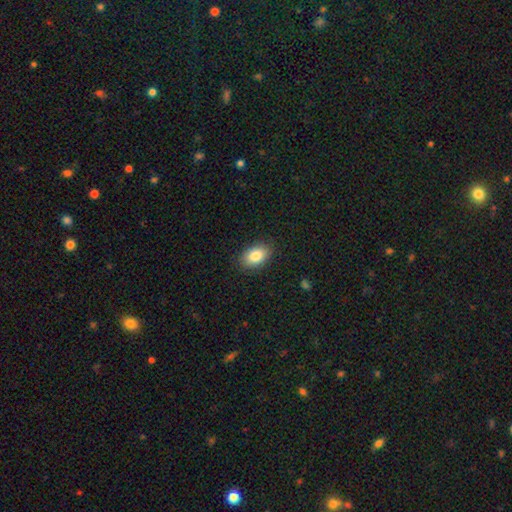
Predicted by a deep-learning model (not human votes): Smooth or featured? Predicted: smooth (p=0.85). How rounded? Predicted: in between (p=0.89). Merging? Predicted: none (p=0.87).